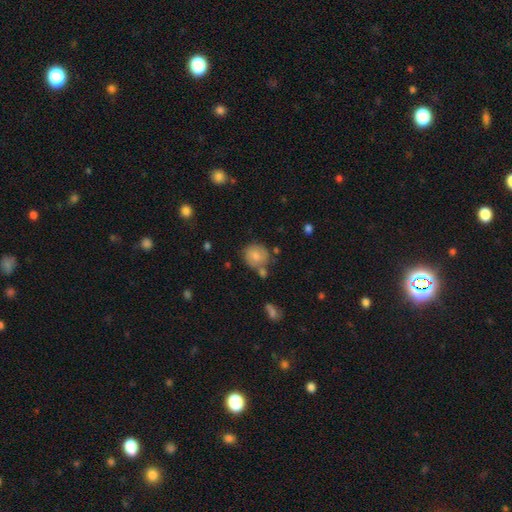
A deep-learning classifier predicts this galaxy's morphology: Smooth or featured: smooth — 76% (featured or disk — 15%)
How rounded: round — 84% (in between — 15%)
Merging: none — 63% (minor disturbance — 17%)